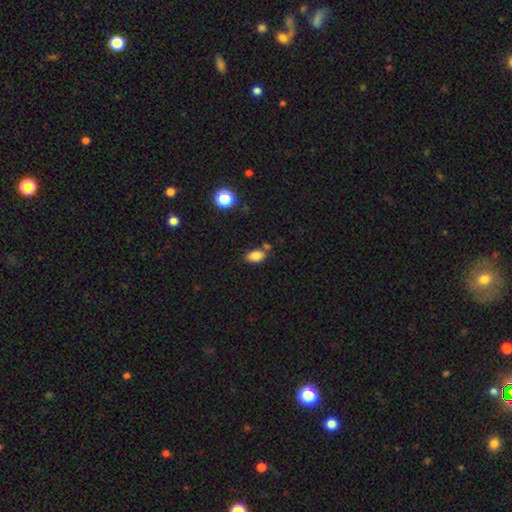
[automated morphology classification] This appears to be a smooth galaxy with no disk features (84%) that is in between round and cigar-shaped (90%). Merging: none (69%).